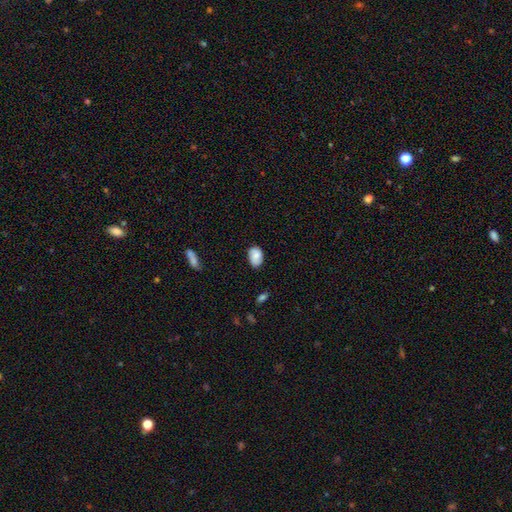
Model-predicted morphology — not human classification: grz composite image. It shows a smooth galaxy with no disk features (74%) that is in between round and cigar-shaped (85%). Merging: none (74%).